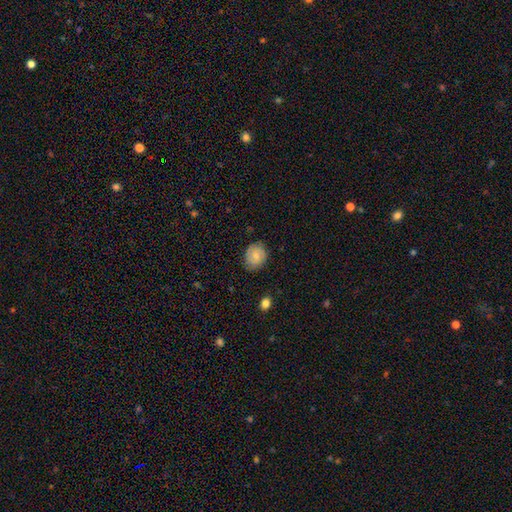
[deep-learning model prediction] Smooth or featured? Predicted: smooth (p=0.64). How rounded? Predicted: round (p=0.63). Merging? Predicted: none (p=0.79).